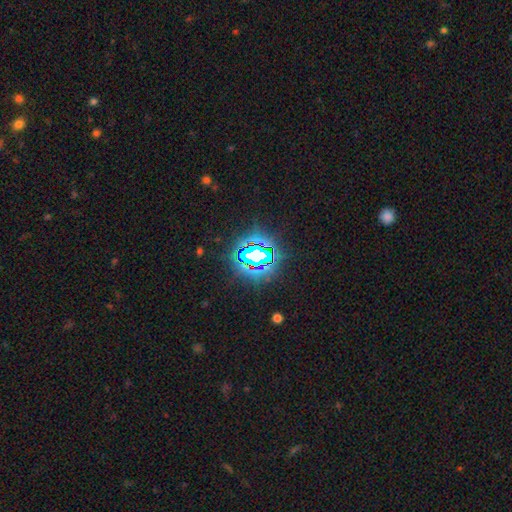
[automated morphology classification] This is likely a star or artifact rather than a galaxy (76%).